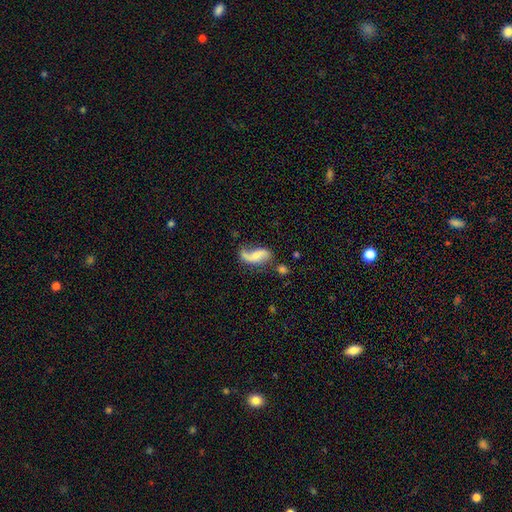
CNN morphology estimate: The model was most divided on "merging": none: 41%, minor disturbance: 26%, major disturbance: 23%, merger: 10%. Remaining: edge-on disk — no (94%); spiral arms — yes (85%); smooth or featured — featured or disk (61%); bar — no (57%); bulge size — small (46%).